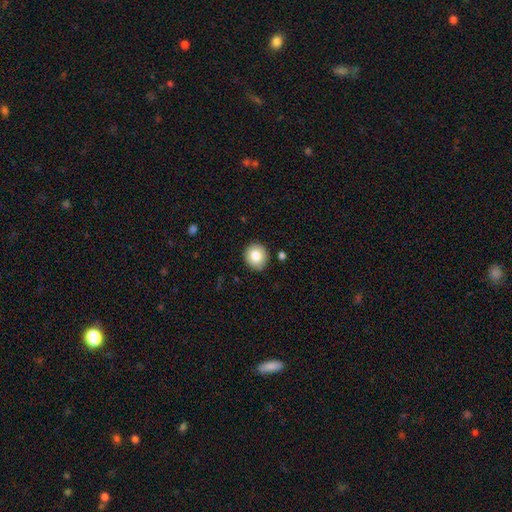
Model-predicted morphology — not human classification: smooth_or_featured: smooth (p=0.81) [alt: featured or disk p=0.10]
how_rounded: round (p=0.88) [alt: in between p=0.11]
merging: none (p=0.89) [alt: minor disturbance p=0.08]